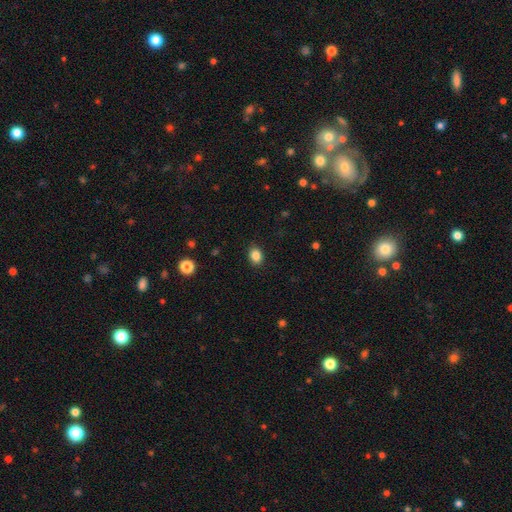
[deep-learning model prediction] smooth-or-featured: smooth: 86% | star or artifact: 10% | featured or disk: 4%
  how-rounded: in between: 60% | round: 39% | cigar-shaped: 1%
  merging: none: 88% | minor disturbance: 8% | major disturbance: 2% | merger: 1%